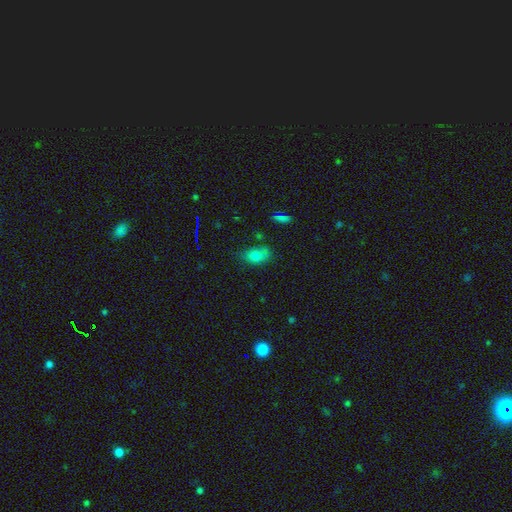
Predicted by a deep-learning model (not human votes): smooth-or-featured: smooth: 77% | star or artifact: 12% | featured or disk: 11%
  how-rounded: in between: 82% | round: 15% | cigar-shaped: 3%
  merging: none: 54% | minor disturbance: 30% | major disturbance: 10% | merger: 6%